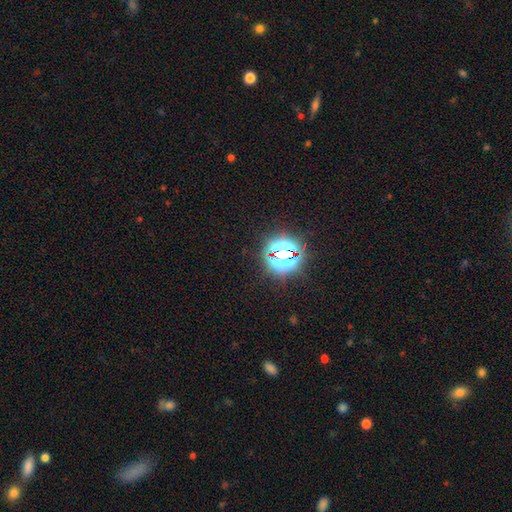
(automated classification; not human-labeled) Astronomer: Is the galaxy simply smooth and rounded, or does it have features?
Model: star or artifact — 81%.